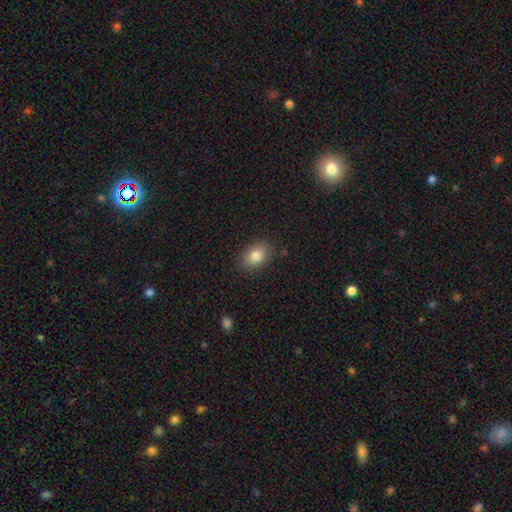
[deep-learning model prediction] smooth 83%, star or artifact 9%, featured or disk 8%. Down the decision tree: how rounded — in between (81%); merging — none (86%).